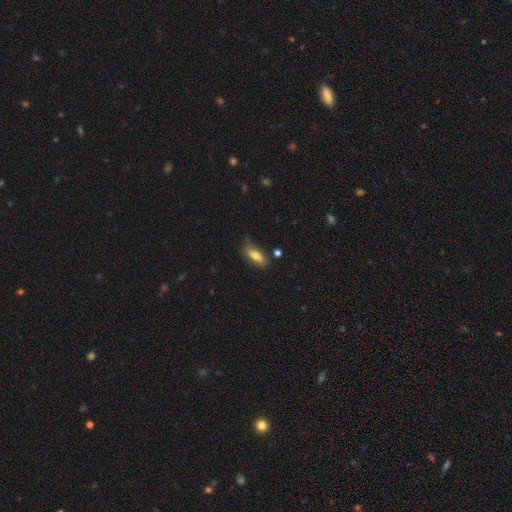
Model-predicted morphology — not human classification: Overall: smooth (69%). How rounded: in between (68%; cigar-shaped 29%). Merging: none (67%).